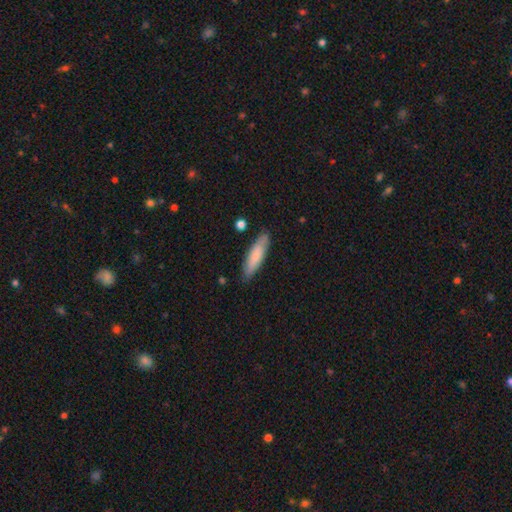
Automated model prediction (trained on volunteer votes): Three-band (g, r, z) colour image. It shows a smooth galaxy with no disk features (72%) that is cigar-shaped (65%). Merging: none (84%).